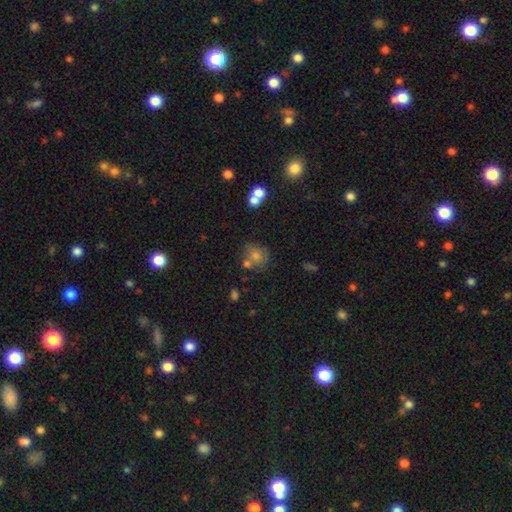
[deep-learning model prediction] Smooth or featured? smooth (71%)
How rounded? round (79%)
Merging? none (59%)